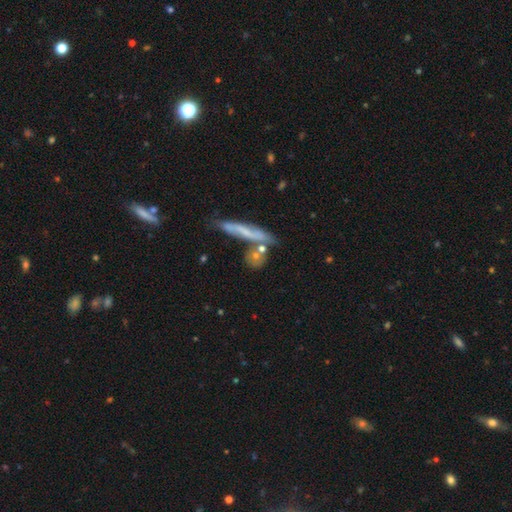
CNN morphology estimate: smooth-or-featured: smooth: 63% | featured or disk: 27% | star or artifact: 9%
  how-rounded: round: 42% | cigar-shaped: 35% | in between: 23%
  merging: none: 51% | merger: 25% | minor disturbance: 16% | major disturbance: 8%